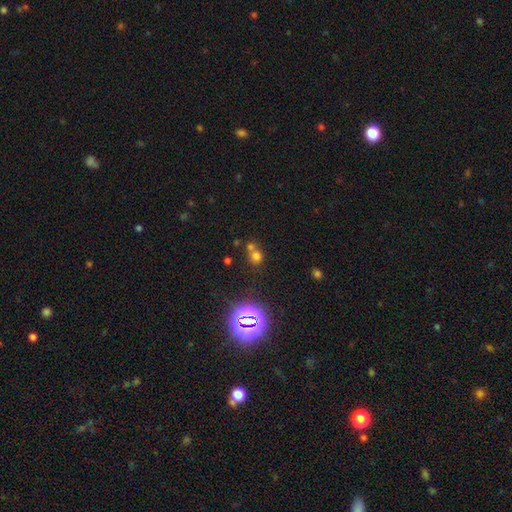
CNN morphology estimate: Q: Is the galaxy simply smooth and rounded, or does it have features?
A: smooth — 61%.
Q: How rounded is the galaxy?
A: round — 79%.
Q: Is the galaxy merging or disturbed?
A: none — 47%.